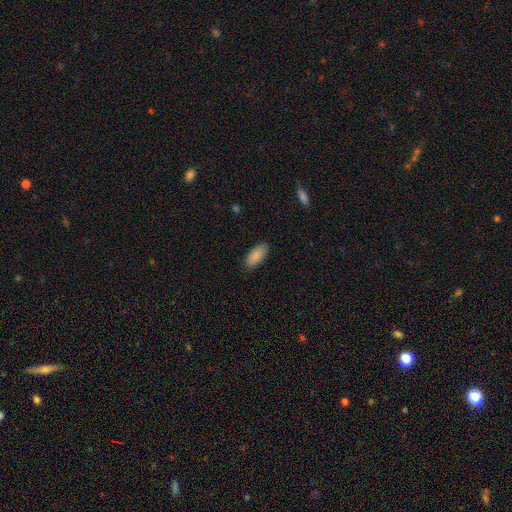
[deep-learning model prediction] Smooth or featured? smooth (90%)
How rounded? in between (87%)
Merging? none (87%)